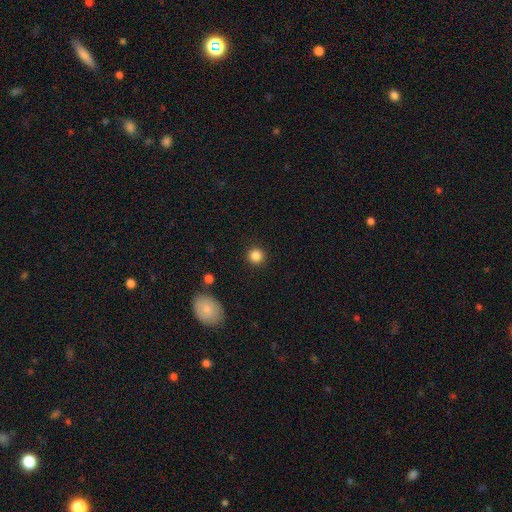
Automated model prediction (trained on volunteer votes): Overall: smooth (85%). How rounded: round (94%). Merging: none (91%).